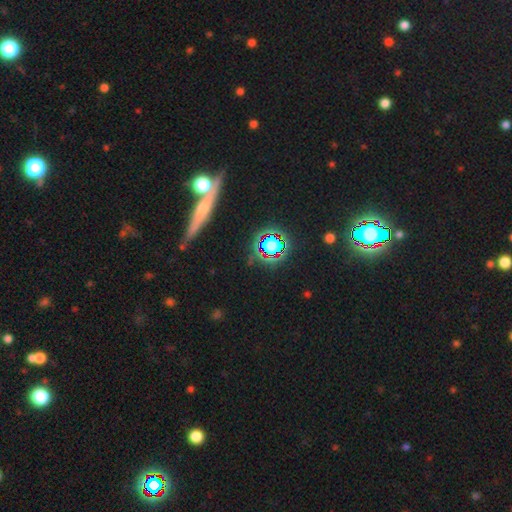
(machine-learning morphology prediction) Smooth or featured: star or artifact — 55% (featured or disk — 24%)